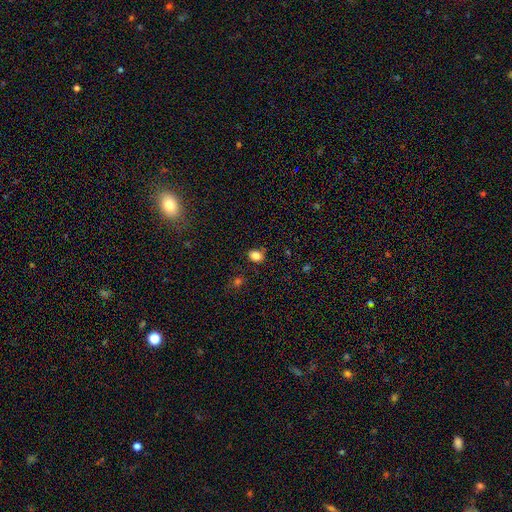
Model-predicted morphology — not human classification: Q: Smooth or featured?
A: smooth (84%); runner-up: star or artifact (11%)
Q: How rounded?
A: in between (56%); runner-up: round (43%)
Q: Merging?
A: none (80%); runner-up: minor disturbance (15%)